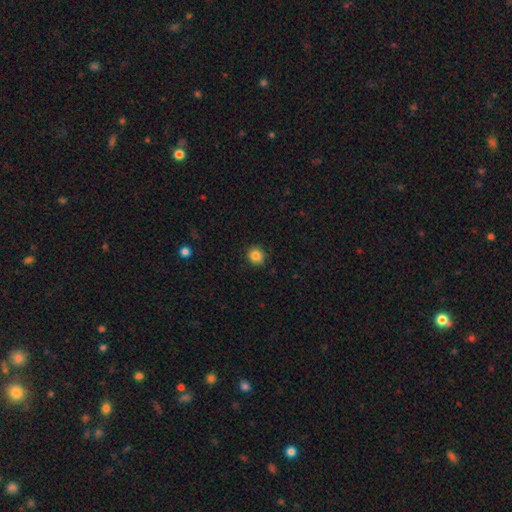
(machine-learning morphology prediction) smooth_or_featured: smooth (p=0.85) [alt: star or artifact p=0.11]
how_rounded: round (p=0.87) [alt: in between p=0.13]
merging: none (p=0.89) [alt: minor disturbance p=0.08]